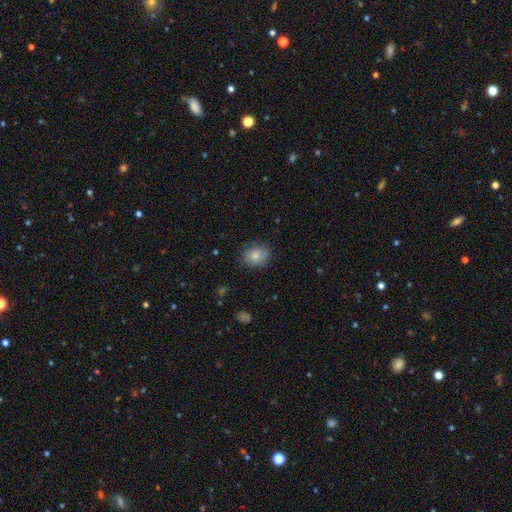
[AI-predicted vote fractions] This is clearly a smooth galaxy (82%). How rounded: possibly round (56%). Merging: likely none (76%).